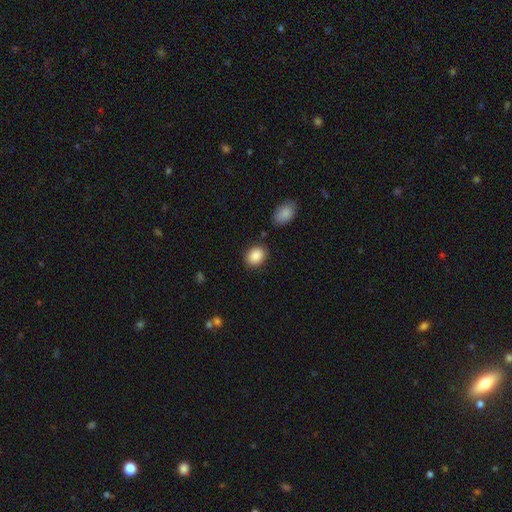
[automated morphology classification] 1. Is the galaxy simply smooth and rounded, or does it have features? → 89% smooth, 7% star or artifact, 4% featured or disk.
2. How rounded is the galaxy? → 57% in between, 42% round, 1% cigar-shaped.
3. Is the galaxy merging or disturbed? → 83% none, 11% minor disturbance, 4% merger, 3% major disturbance.